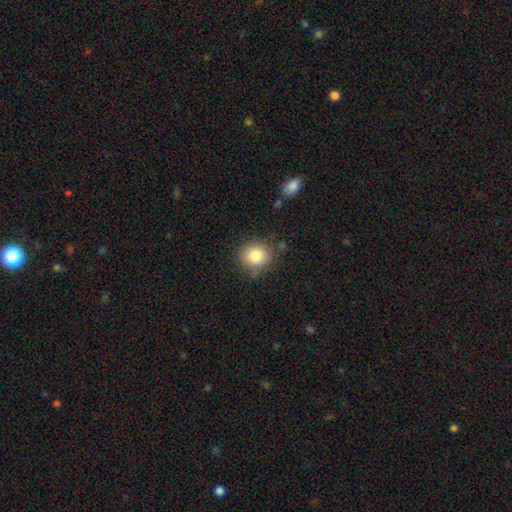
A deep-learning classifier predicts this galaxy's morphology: Q: Smooth or featured?
A: smooth (84%); runner-up: star or artifact (9%)
Q: How rounded?
A: round (78%); runner-up: in between (21%)
Q: Merging?
A: none (81%); runner-up: minor disturbance (13%)